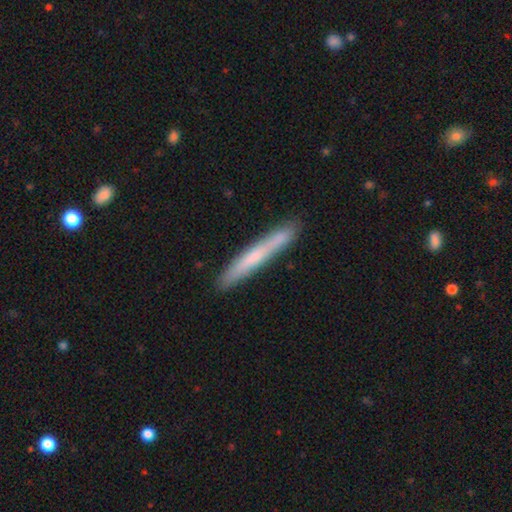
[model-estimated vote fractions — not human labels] smooth-or-featured: smooth: 58% | featured or disk: 36% | star or artifact: 6%
  how-rounded: cigar-shaped: 96% | in between: 2% | round: 1%
  merging: none: 86% | minor disturbance: 10% | merger: 2% | major disturbance: 2%